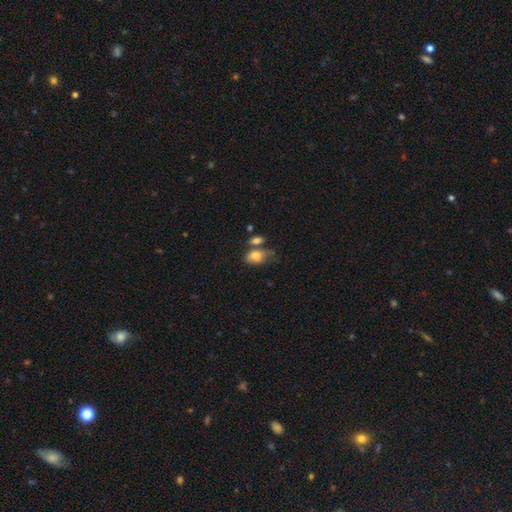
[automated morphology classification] The model was most divided on "merging": none: 36%, merger: 27%, minor disturbance: 24%, major disturbance: 13%. More confident: smooth or featured — smooth (77%); how rounded — in between (77%).